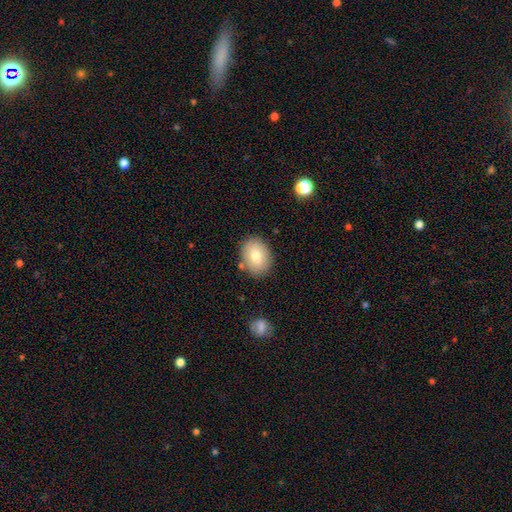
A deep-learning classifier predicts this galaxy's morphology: A smooth galaxy with no disk features (77%) that is in between round and cigar-shaped (65%).

Vote fractions:
- Smooth or featured? smooth: 77% / featured or disk: 15% / star or artifact: 8%
- How rounded? in between: 65% / round: 34% / cigar-shaped: 1%
- Merging? none: 83% / minor disturbance: 11% / merger: 3% / major disturbance: 3%